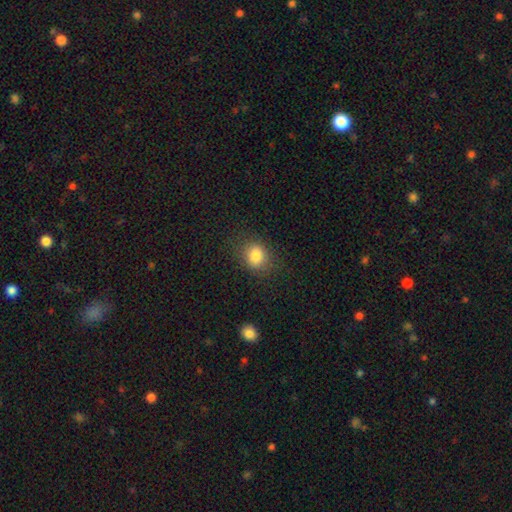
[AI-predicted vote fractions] Morphology: type=smooth (83%); roundness=round (57%); merging=none (82%).